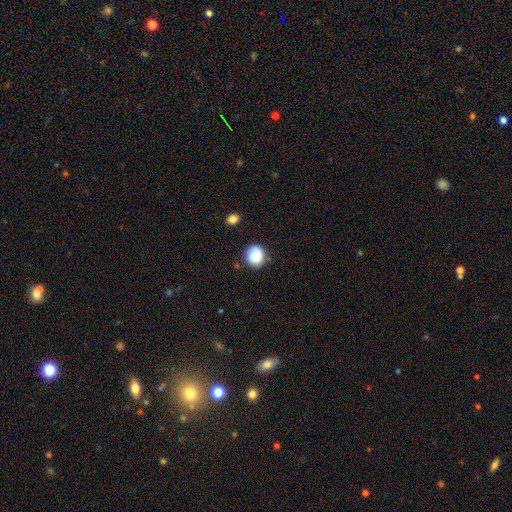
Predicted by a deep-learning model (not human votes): This is clearly a smooth galaxy (87%). How rounded: clearly round (82%). Merging: clearly none (82%).